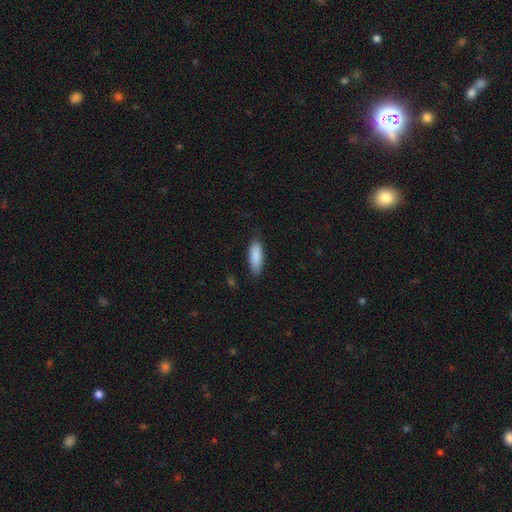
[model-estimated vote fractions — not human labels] Smooth or featured? Predicted: smooth (p=0.88). How rounded? Predicted: in between (p=0.65). Merging? Predicted: none (p=0.80).